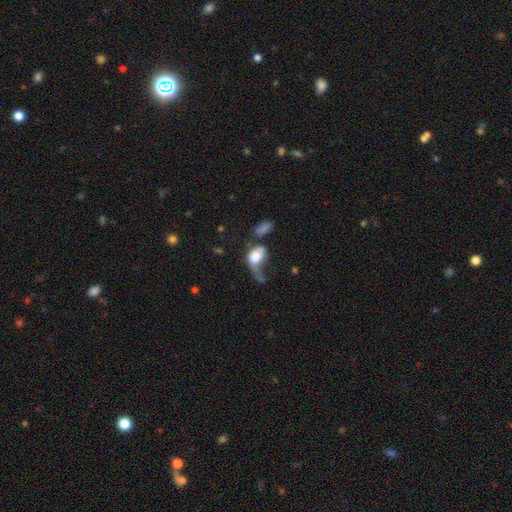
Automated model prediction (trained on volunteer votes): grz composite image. It shows a smooth galaxy with no disk features (66%) that is in between round and cigar-shaped (71%). Merging: major disturbance (51%).